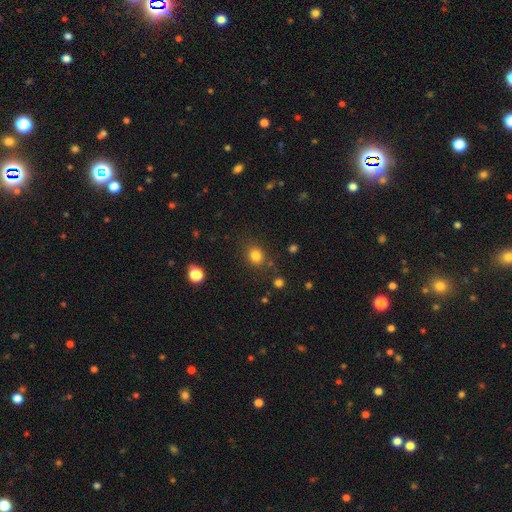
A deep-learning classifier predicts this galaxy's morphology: Q: Smooth or featured?
A: smooth (82%); runner-up: star or artifact (12%)
Q: How rounded?
A: round (69%); runner-up: in between (30%)
Q: Merging?
A: none (80%); runner-up: minor disturbance (11%)